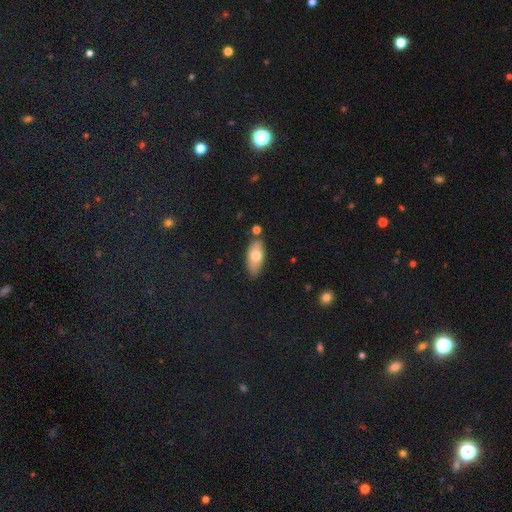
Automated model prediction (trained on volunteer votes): Smooth or featured? Predicted: smooth (p=0.68). How rounded? Predicted: in between (p=0.88). Merging? Predicted: none (p=0.77).